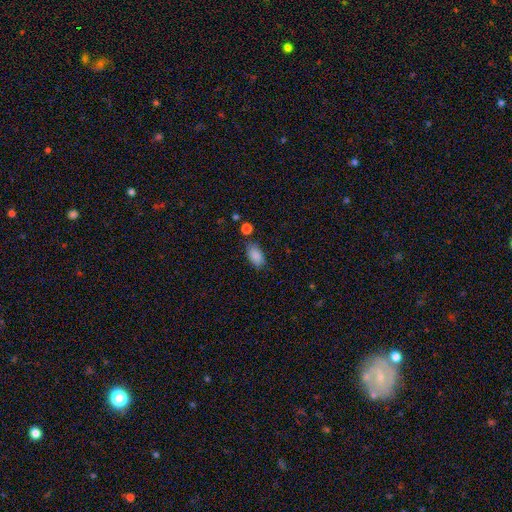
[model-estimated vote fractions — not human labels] Smooth or featured? Predicted: smooth (p=0.87). How rounded? Predicted: in between (p=0.92). Merging? Predicted: none (p=0.73).